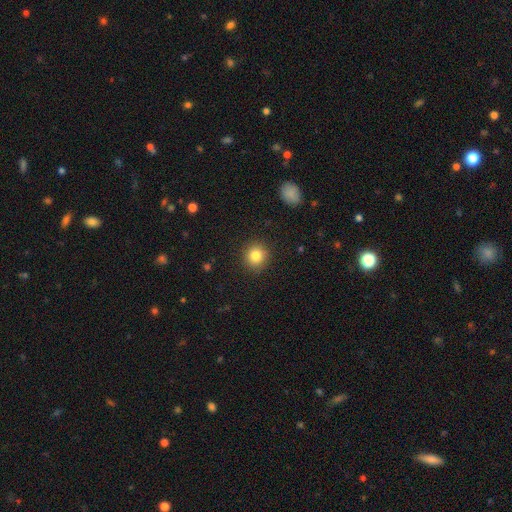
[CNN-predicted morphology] This appears to be a smooth galaxy with no disk features (83%) that is round (90%). Merging: none (90%).